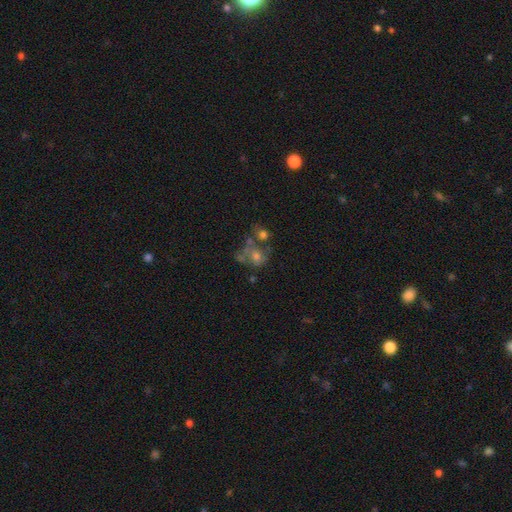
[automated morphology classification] type=smooth (40%); merging=none (34%).